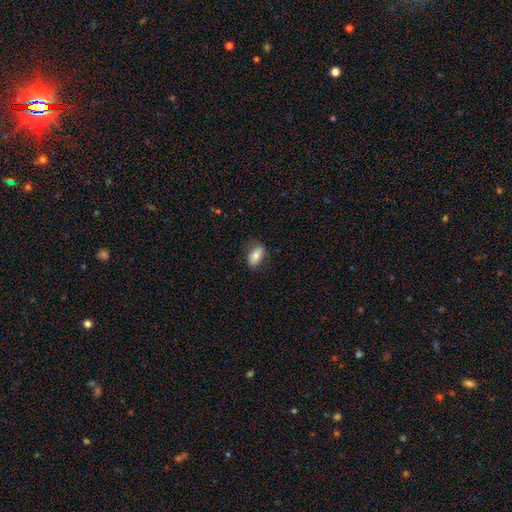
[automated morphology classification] smooth 78%, featured or disk 15%, star or artifact 8%. Down the decision tree: how rounded — in between (90%); merging — none (74%).